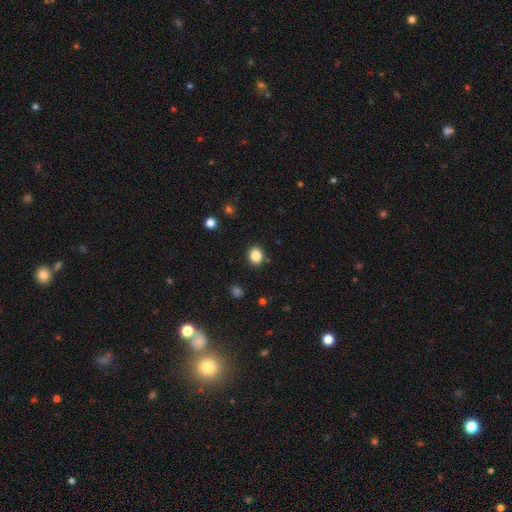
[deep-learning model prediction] A smooth galaxy with no disk features (86%) that is round (66%). Merging: none (89%).